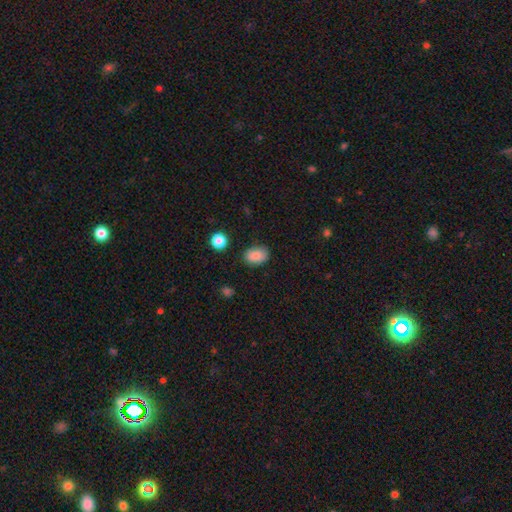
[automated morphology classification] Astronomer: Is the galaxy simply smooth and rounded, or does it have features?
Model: smooth — 86%.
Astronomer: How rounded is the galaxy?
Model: in between — 78%.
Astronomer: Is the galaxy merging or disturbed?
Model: none — 82%.